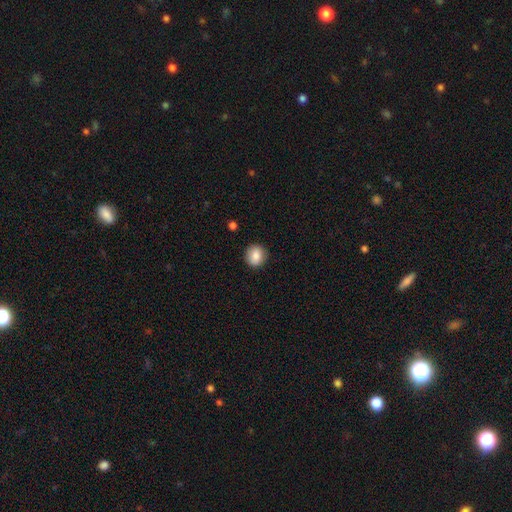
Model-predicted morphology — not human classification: A smooth galaxy with no disk features (84%) that is round (85%).

Vote fractions:
- Smooth or featured? smooth: 84% / star or artifact: 8% / featured or disk: 7%
- How rounded? round: 85% / in between: 14% / cigar-shaped: 1%
- Merging? none: 90% / minor disturbance: 7% / major disturbance: 2% / merger: 1%